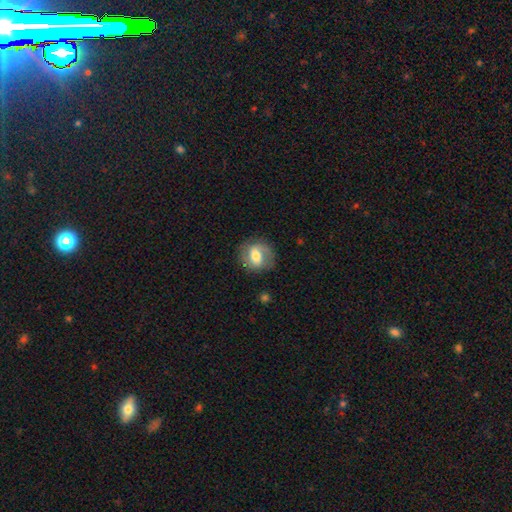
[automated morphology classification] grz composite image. It shows a smooth galaxy with no disk features (52%) that is round (60%). Merging: none (78%).